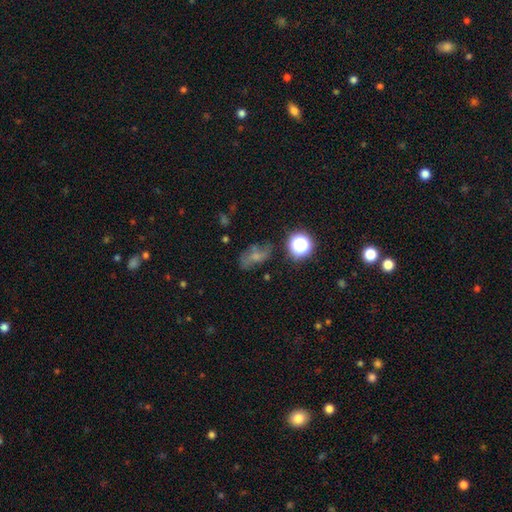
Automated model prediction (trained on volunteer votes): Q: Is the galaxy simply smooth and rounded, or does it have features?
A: smooth — 51%.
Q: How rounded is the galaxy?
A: in between — 76%.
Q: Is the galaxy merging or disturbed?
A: none — 54%.